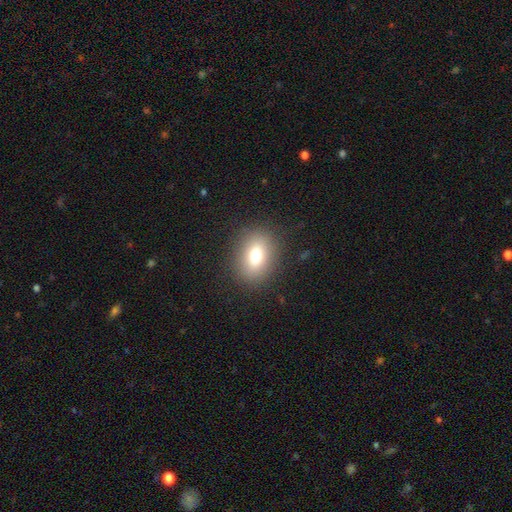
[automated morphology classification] Smooth or featured: smooth — 74% (featured or disk — 14%)
How rounded: in between — 67% (round — 31%)
Merging: none — 87% (minor disturbance — 8%)